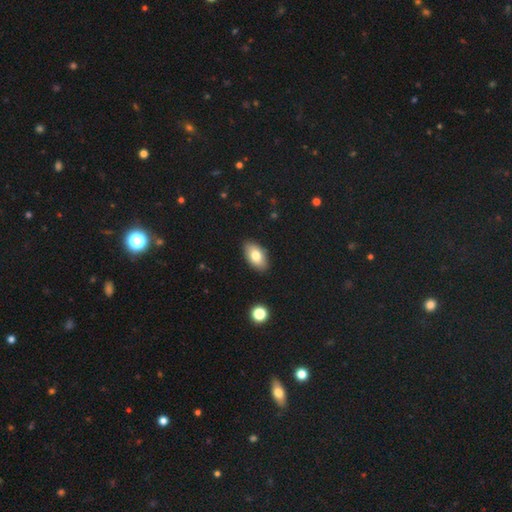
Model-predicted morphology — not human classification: smooth-or-featured: smooth: 77% | featured or disk: 16% | star or artifact: 7%
  how-rounded: in between: 93% | round: 5% | cigar-shaped: 2%
  merging: none: 88% | minor disturbance: 9% | major disturbance: 2% | merger: 1%